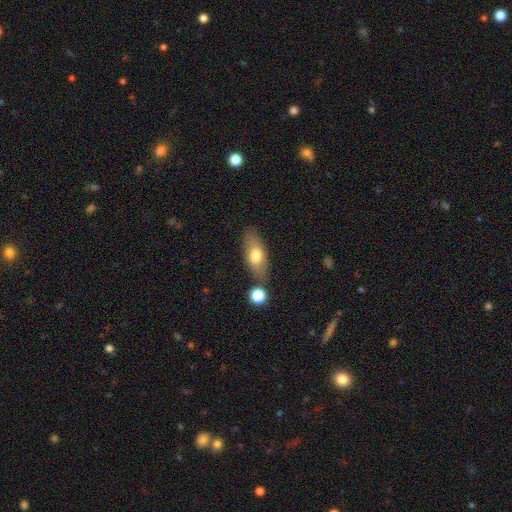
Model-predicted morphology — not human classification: A smooth galaxy with no disk features (72%) that is in between round and cigar-shaped (79%).

Vote fractions:
- Smooth or featured? smooth: 72% / featured or disk: 21% / star or artifact: 7%
- How rounded? in between: 79% / cigar-shaped: 16% / round: 5%
- Merging? none: 72% / minor disturbance: 15% / merger: 9% / major disturbance: 4%